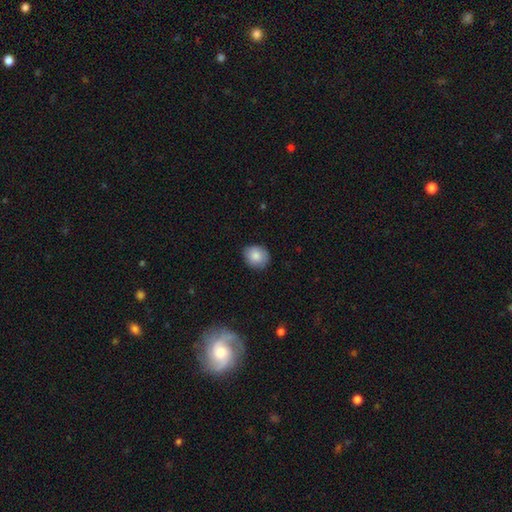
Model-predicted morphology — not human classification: The model was most divided on "how rounded": round: 65%, in between: 34%, cigar-shaped: 1%. More confident: smooth or featured — smooth (85%); merging — none (83%).